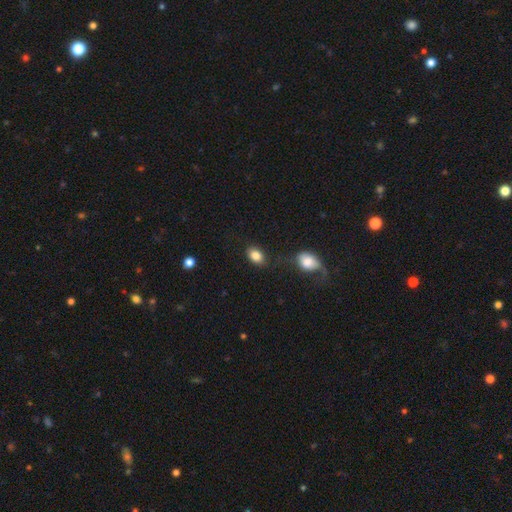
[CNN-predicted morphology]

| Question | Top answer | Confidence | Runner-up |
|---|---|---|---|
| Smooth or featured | smooth | 84% | star or artifact (8%) |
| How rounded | in between | 81% | round (17%) |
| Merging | none | 74% | minor disturbance (14%) |